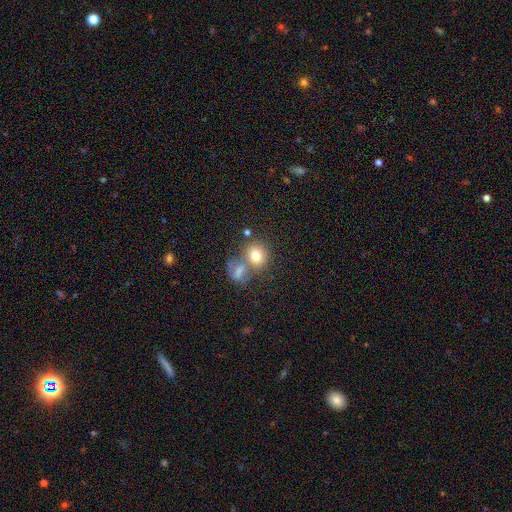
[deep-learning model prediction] Smooth or featured: smooth — 76% (featured or disk — 13%)
How rounded: round — 73% (in between — 26%)
Merging: none — 48% (merger — 36%)